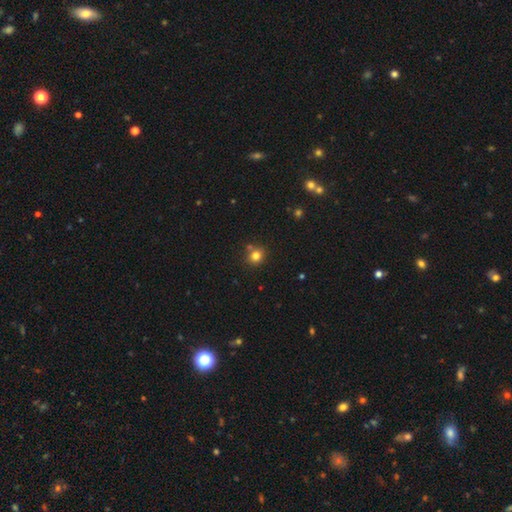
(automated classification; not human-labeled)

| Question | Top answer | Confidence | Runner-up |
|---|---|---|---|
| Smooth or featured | smooth | 79% | star or artifact (14%) |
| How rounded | round | 81% | in between (18%) |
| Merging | none | 74% | merger (12%) |